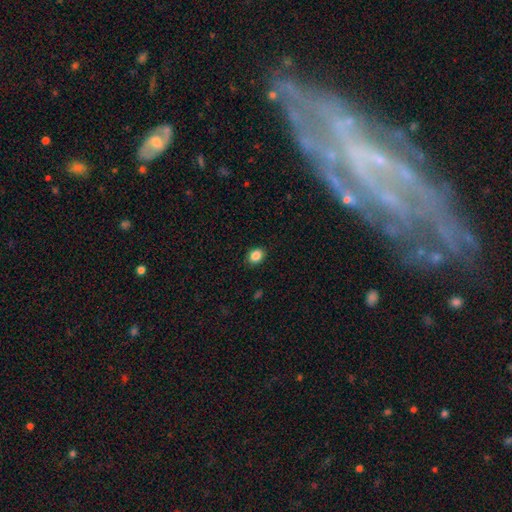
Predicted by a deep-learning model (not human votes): Q: Smooth or featured?
A: smooth (87%); runner-up: star or artifact (9%)
Q: How rounded?
A: in between (59%); runner-up: round (40%)
Q: Merging?
A: none (88%); runner-up: minor disturbance (8%)